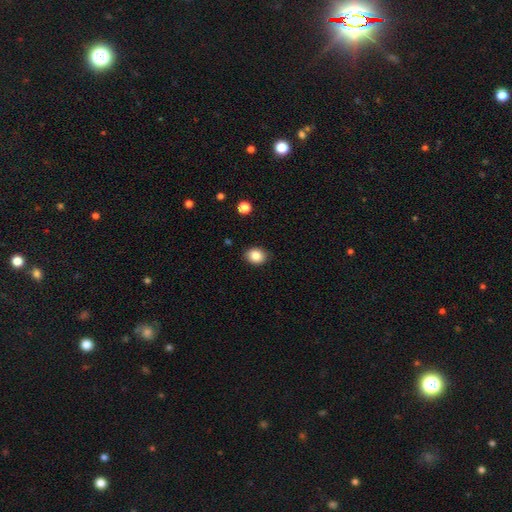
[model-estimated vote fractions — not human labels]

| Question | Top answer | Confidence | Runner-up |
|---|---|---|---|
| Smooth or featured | smooth | 85% | star or artifact (9%) |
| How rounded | in between | 52% | round (48%) |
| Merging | none | 88% | minor disturbance (9%) |